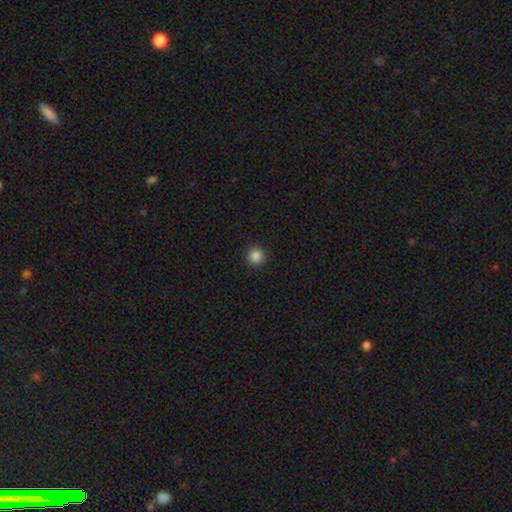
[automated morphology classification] smooth 86%, star or artifact 11%, featured or disk 3%. Down the decision tree: how rounded — round (95%); merging — none (92%).